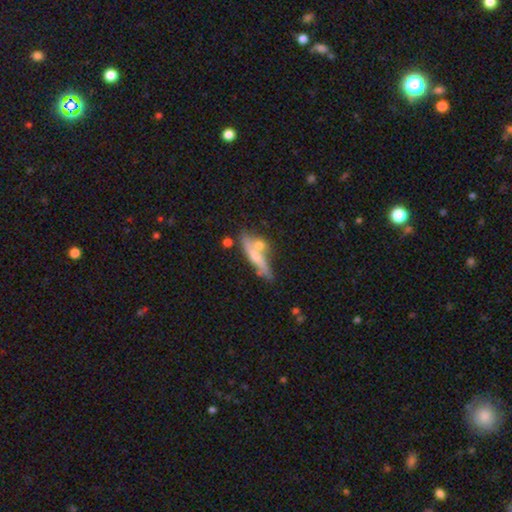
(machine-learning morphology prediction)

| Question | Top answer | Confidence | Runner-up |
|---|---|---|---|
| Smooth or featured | smooth | 50% | featured or disk (43%) |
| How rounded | cigar-shaped | 73% | in between (24%) |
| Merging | none | 51% | merger (26%) |